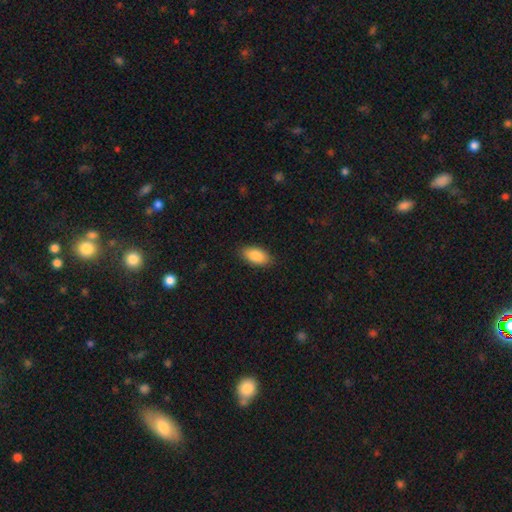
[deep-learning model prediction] This appears to be a smooth galaxy with no disk features (86%) that is in between round and cigar-shaped (93%). Merging: none (88%).